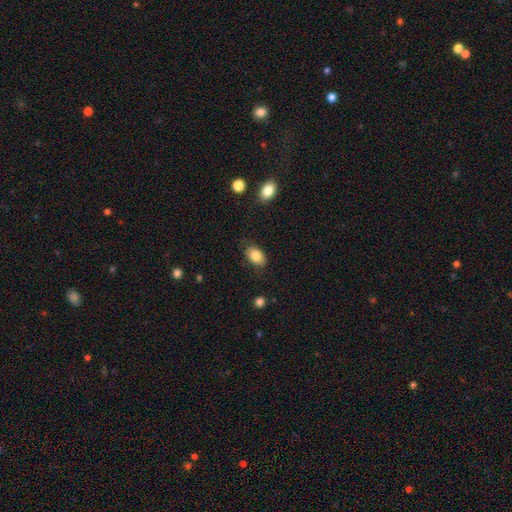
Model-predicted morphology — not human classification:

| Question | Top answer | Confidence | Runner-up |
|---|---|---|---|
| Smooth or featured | smooth | 83% | featured or disk (10%) |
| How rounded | in between | 90% | round (8%) |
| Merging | none | 79% | minor disturbance (16%) |